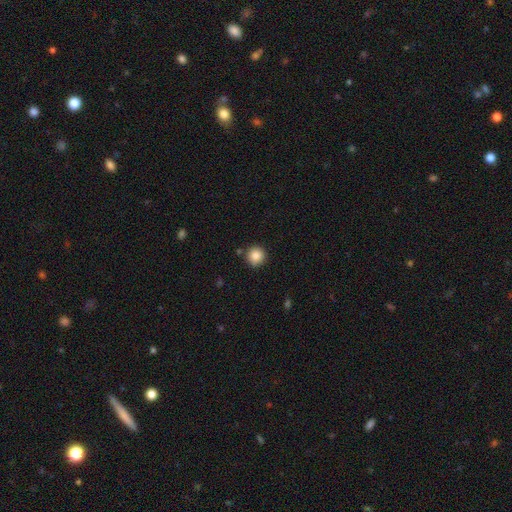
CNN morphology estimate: smooth 87%, star or artifact 9%, featured or disk 4%. Down the decision tree: how rounded — round (94%); merging — none (87%).